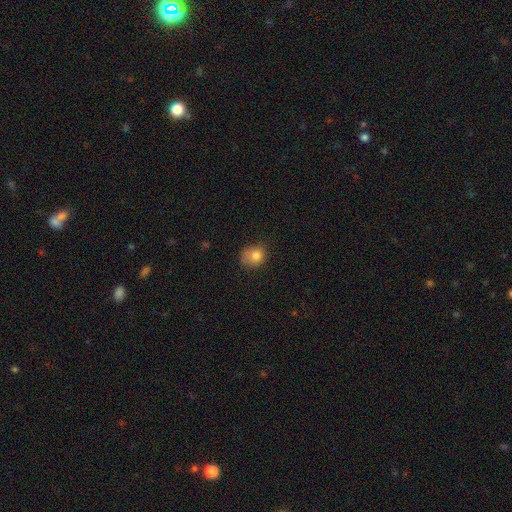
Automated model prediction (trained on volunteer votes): Smooth or featured? smooth (81%)
How rounded? round (64%)
Merging? none (55%)